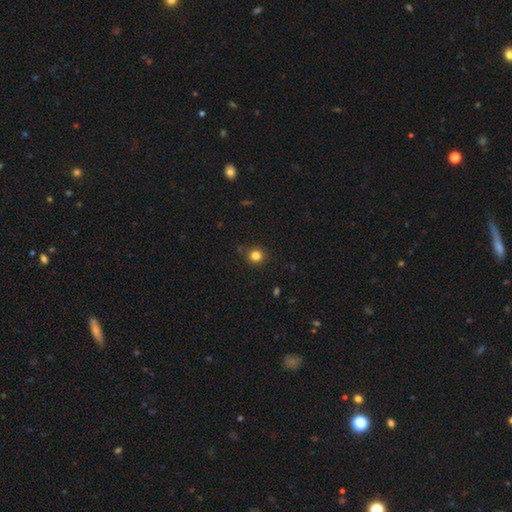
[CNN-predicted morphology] This is clearly a smooth galaxy (81%). How rounded: clearly round (90%). Merging: clearly none (87%).